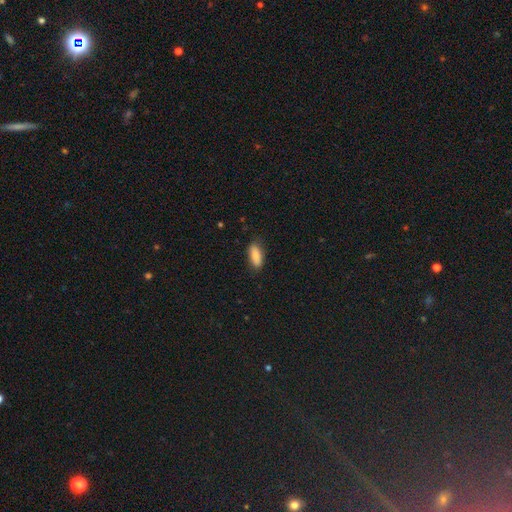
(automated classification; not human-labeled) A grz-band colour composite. It shows a smooth galaxy with no disk features (85%) that is in between round and cigar-shaped (80%). Merging: none (82%).